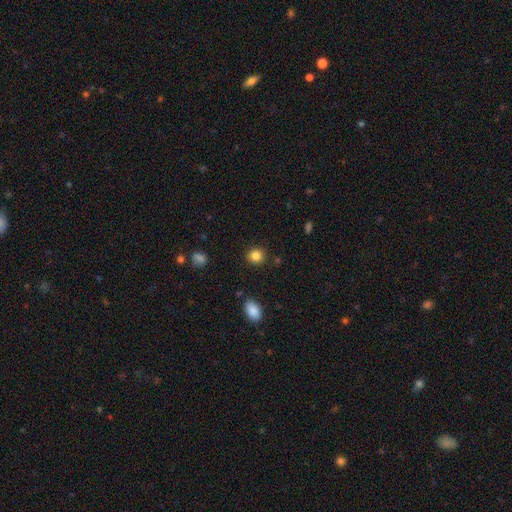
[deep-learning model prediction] Smooth or featured: smooth — 85% (star or artifact — 11%)
How rounded: round — 88% (in between — 11%)
Merging: none — 89% (minor disturbance — 7%)